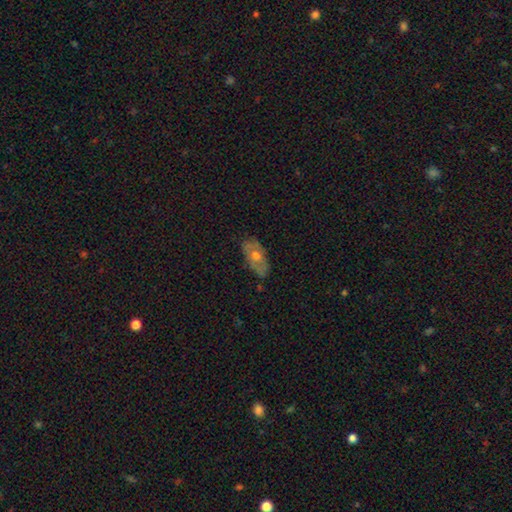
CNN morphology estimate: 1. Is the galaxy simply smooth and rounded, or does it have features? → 48% featured or disk, 45% smooth, 7% star or artifact.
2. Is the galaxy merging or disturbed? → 76% none, 19% minor disturbance, 4% major disturbance, 1% merger.